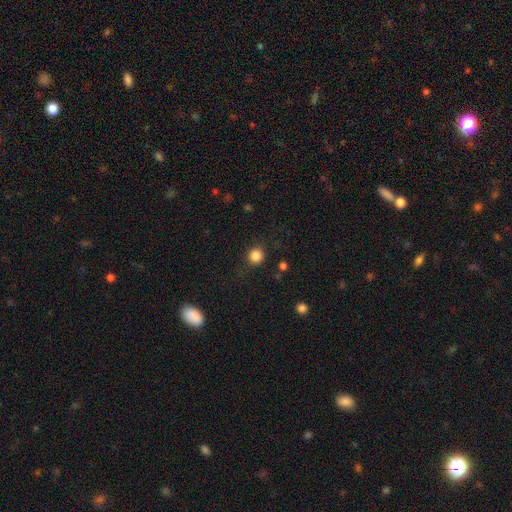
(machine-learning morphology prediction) The model was most divided on "smooth or featured": smooth: 84%, star or artifact: 11%, featured or disk: 4%. More confident: how rounded — round (90%); merging — none (85%).